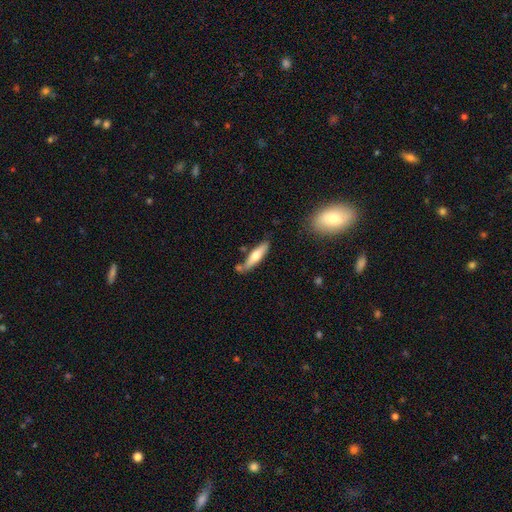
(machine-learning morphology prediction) Overall: smooth (59%; featured or disk 35%). How rounded: cigar-shaped (74%). Merging: none (70%).